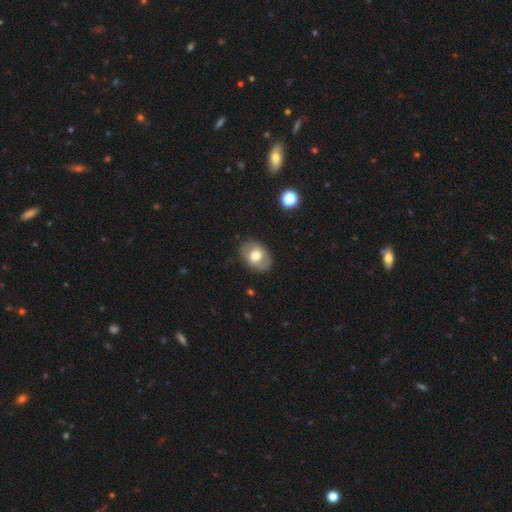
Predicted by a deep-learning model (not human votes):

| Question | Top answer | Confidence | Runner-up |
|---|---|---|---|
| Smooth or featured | smooth | 51% | featured or disk (42%) |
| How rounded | in between | 70% | round (29%) |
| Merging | none | 84% | minor disturbance (11%) |